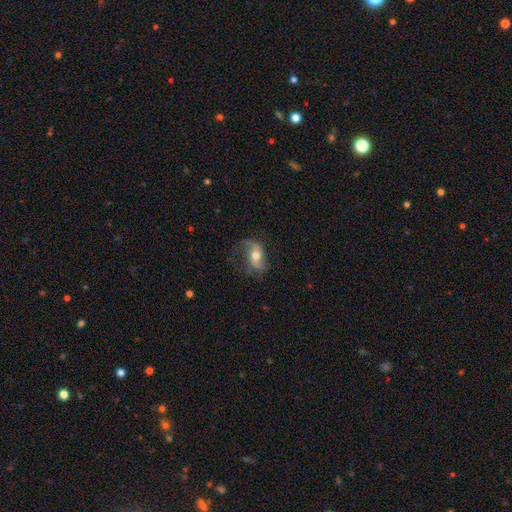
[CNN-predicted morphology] The model was most divided on "bar": no: 53%, weak: 30%, strong: 17%. More confident: edge-on disk — no (93%); spiral arms — yes (86%); spiral arm count — 2 (84%); spiral winding — loose (71%); bulge size — moderate (69%); smooth or featured — featured or disk (64%); merging — none (60%).